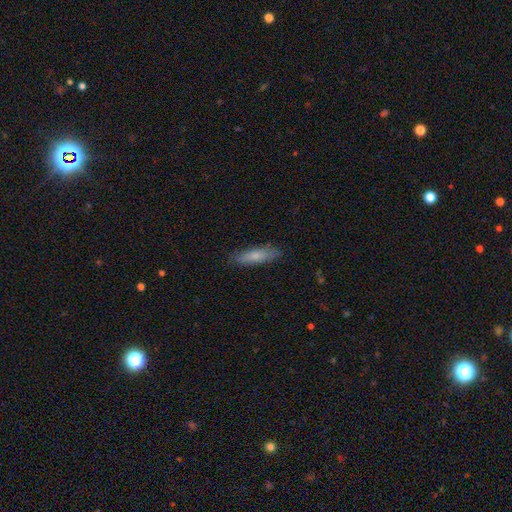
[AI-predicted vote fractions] A smooth galaxy with no disk features (75%) that is cigar-shaped (69%).

Vote fractions:
- Smooth or featured? smooth: 75% / featured or disk: 19% / star or artifact: 6%
- How rounded? cigar-shaped: 69% / in between: 29% / round: 2%
- Merging? none: 85% / minor disturbance: 12% / major disturbance: 2% / merger: 1%